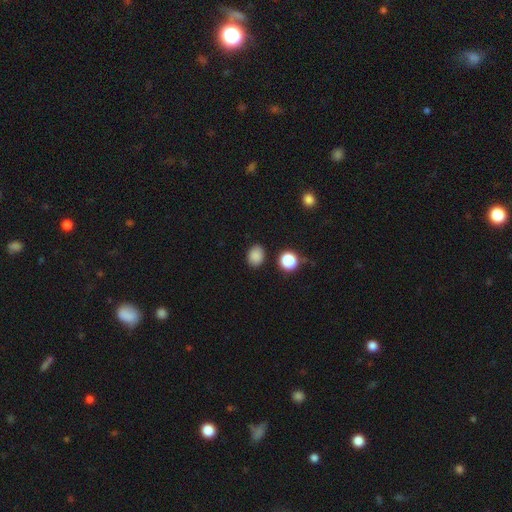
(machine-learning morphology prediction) Smooth or featured? Predicted: smooth (p=0.85). How rounded? Predicted: in between (p=0.55). Merging? Predicted: none (p=0.85).